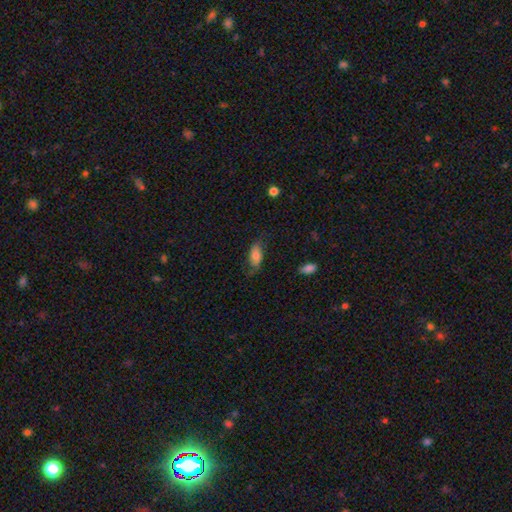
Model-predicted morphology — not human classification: This appears to be a smooth galaxy with no disk features (67%) that is in between round and cigar-shaped (87%). Merging: none (63%).